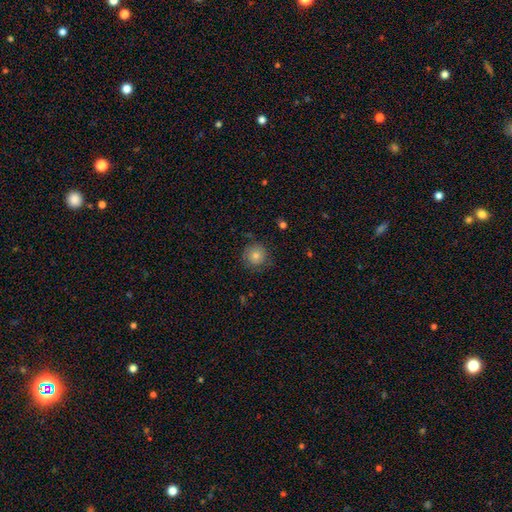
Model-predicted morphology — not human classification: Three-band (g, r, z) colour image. It shows a smooth galaxy with no disk features (67%) that is round (94%). Merging: none (80%).